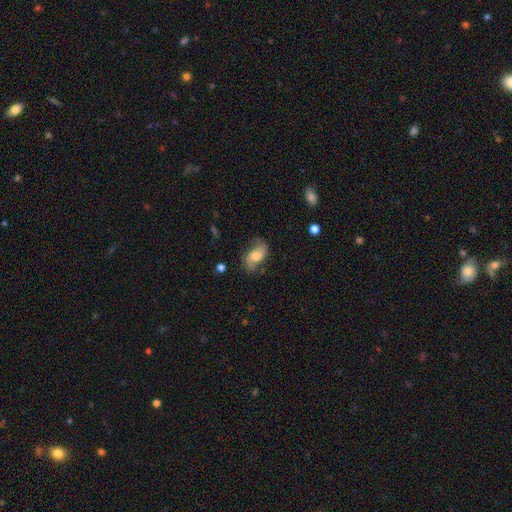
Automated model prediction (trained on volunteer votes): Smooth or featured?
  - featured or disk: 64% *
  - smooth: 28%
  - star or artifact: 8%
Edge-on disk?
  - no: 96% *
  - yes: 4%
Bar?
  - no: 55% *
  - weak: 37%
  - strong: 8%
Spiral arms?
  - yes: 91% *
  - no: 9%
Spiral winding?
  - loose: 52% *
  - medium: 36%
  - tight: 12%
Spiral arm count?
  - 2: 88% *
  - can't tell: 6%
  - 1: 3%
  - 3: 1%
  - 4: 1%
  - more than 4: 1%
Bulge size?
  - moderate: 54% *
  - small: 23%
  - large: 16%
  - none: 6%
  - dominant: 2%
Merging?
  - none: 70% *
  - minor disturbance: 20%
  - major disturbance: 8%
  - merger: 2%